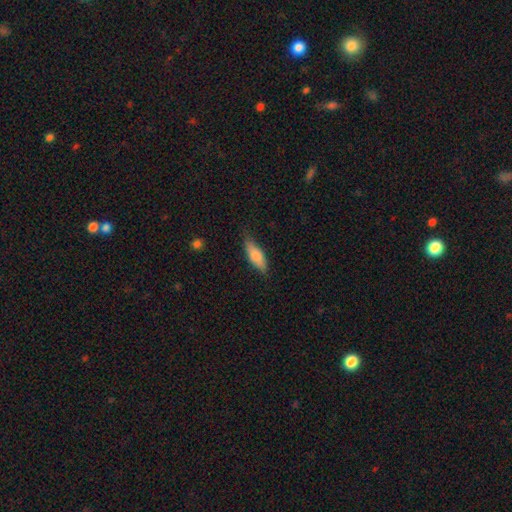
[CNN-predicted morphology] Smooth or featured?
  - smooth: 75% *
  - featured or disk: 19%
  - star or artifact: 6%
How rounded?
  - in between: 59% *
  - cigar-shaped: 39%
  - round: 2%
Merging?
  - none: 76% *
  - minor disturbance: 19%
  - major disturbance: 4%
  - merger: 1%